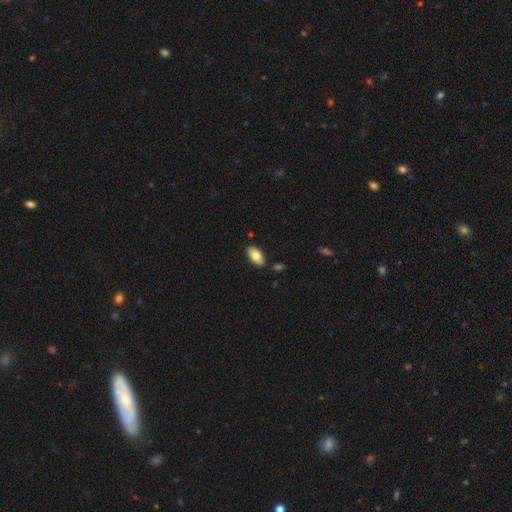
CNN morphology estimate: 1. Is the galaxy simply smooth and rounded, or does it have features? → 76% smooth, 18% featured or disk, 6% star or artifact.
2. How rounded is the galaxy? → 94% in between, 3% round, 3% cigar-shaped.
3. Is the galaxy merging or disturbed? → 86% none, 9% minor disturbance, 3% merger, 2% major disturbance.